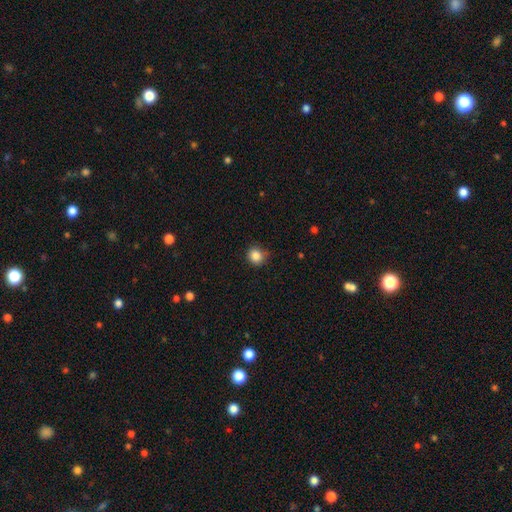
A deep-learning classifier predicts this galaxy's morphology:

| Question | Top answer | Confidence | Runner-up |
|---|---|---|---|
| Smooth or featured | smooth | 86% | star or artifact (10%) |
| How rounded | round | 84% | in between (15%) |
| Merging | none | 76% | minor disturbance (19%) |